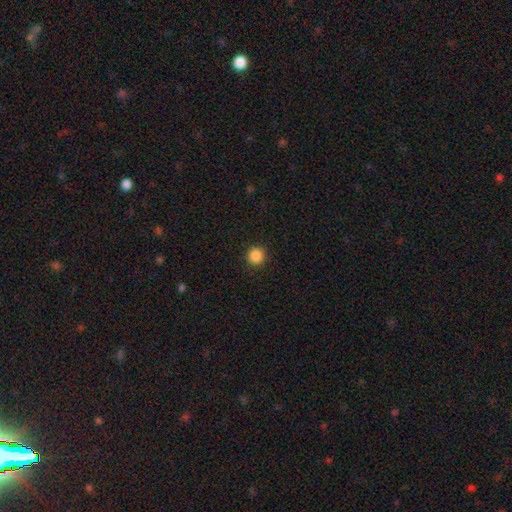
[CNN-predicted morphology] The model was most divided on "smooth or featured": smooth: 87%, star or artifact: 10%, featured or disk: 3%. More confident: how rounded — round (94%); merging — none (92%).